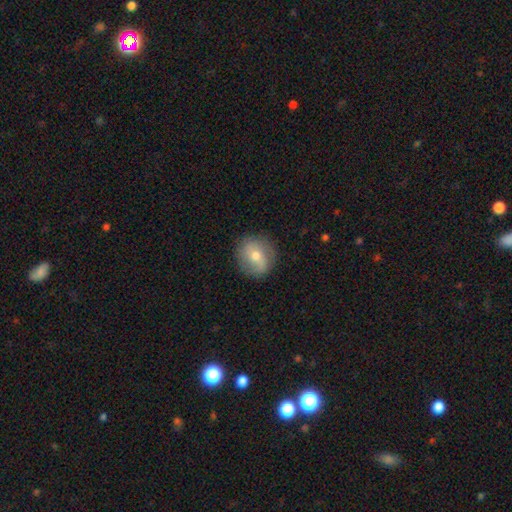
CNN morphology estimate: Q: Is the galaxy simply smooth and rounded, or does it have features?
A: smooth — 53%.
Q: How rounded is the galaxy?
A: round — 82%.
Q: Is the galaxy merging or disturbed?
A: none — 82%.